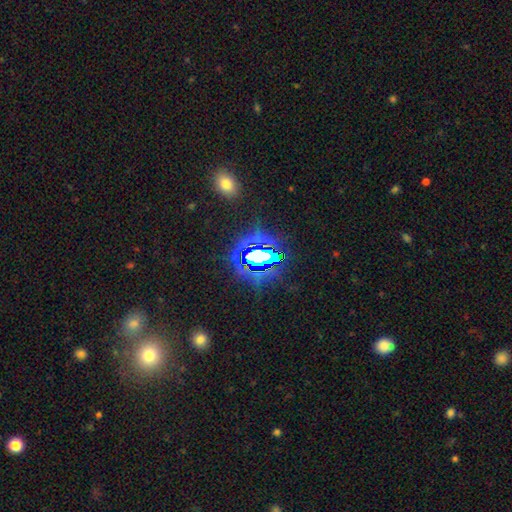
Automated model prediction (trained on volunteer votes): smooth_or_featured: star or artifact (p=0.78) [alt: smooth p=0.11]